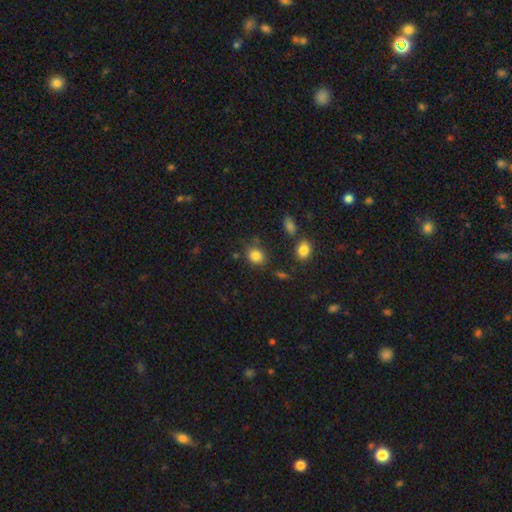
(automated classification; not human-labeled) Smooth or featured?
  - smooth: 83% *
  - star or artifact: 11%
  - featured or disk: 6%
How rounded?
  - round: 62% *
  - in between: 37%
  - cigar-shaped: 1%
Merging?
  - none: 77% *
  - minor disturbance: 14%
  - merger: 5%
  - major disturbance: 4%